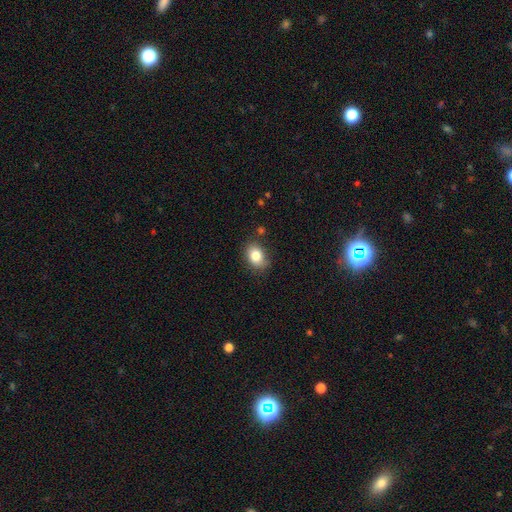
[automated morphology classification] Smooth or featured? Predicted: smooth (p=0.82). How rounded? Predicted: in between (p=0.66). Merging? Predicted: none (p=0.77).